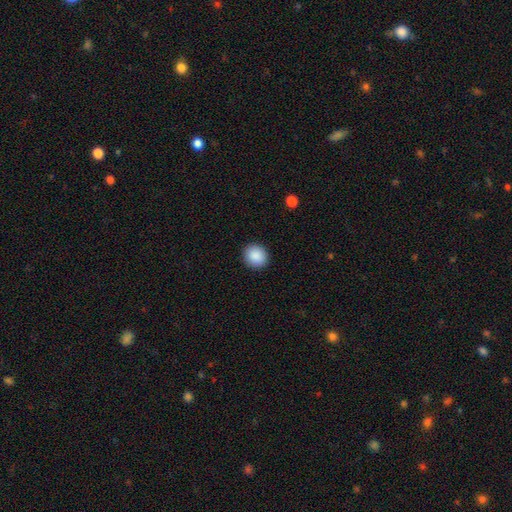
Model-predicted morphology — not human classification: type=smooth (89%); roundness=round (82%); merging=none (92%).